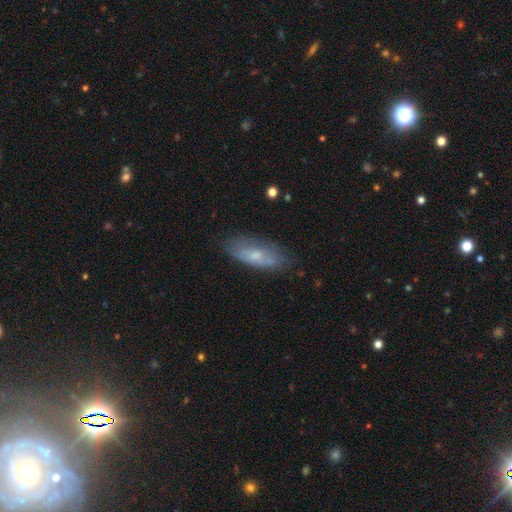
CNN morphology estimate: smooth_or_featured: smooth (p=0.57) [alt: featured or disk p=0.36]
how_rounded: in between (p=0.73) [alt: cigar-shaped p=0.24]
merging: none (p=0.71) [alt: minor disturbance p=0.21]